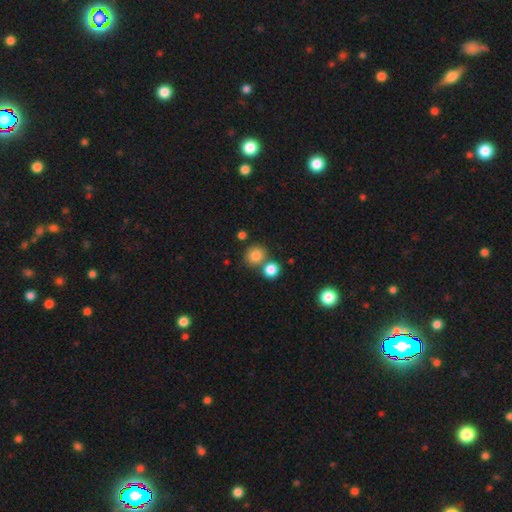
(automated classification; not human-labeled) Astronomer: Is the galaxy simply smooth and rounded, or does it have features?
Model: smooth — 82%.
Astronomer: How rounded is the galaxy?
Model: round — 85%.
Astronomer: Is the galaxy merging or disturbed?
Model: none — 65%.